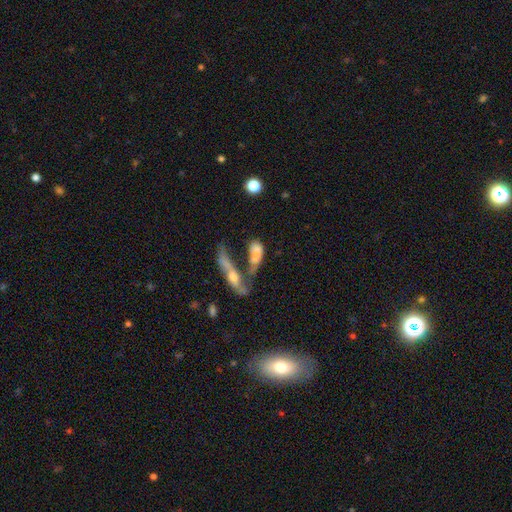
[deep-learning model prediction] Smooth or featured?
  - smooth: 60% *
  - featured or disk: 29%
  - star or artifact: 11%
How rounded?
  - in between: 67% *
  - cigar-shaped: 26%
  - round: 7%
Merging?
  - merger: 58% *
  - major disturbance: 19%
  - none: 14%
  - minor disturbance: 9%